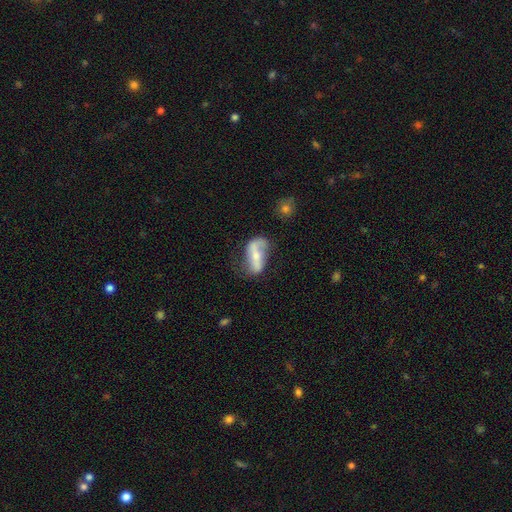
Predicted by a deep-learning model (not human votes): featured or disk 64%, smooth 30%, star or artifact 7%. Down the decision tree: edge-on disk — no (89%); bar — strong (52%); spiral arms — yes (71%); bulge size — small (49%); merging — none (49%).